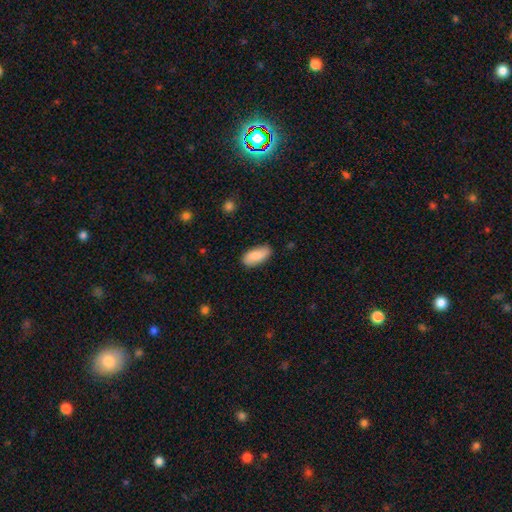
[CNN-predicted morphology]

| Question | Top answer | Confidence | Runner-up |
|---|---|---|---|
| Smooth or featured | smooth | 83% | featured or disk (11%) |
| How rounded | in between | 90% | cigar-shaped (8%) |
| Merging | none | 81% | minor disturbance (15%) |